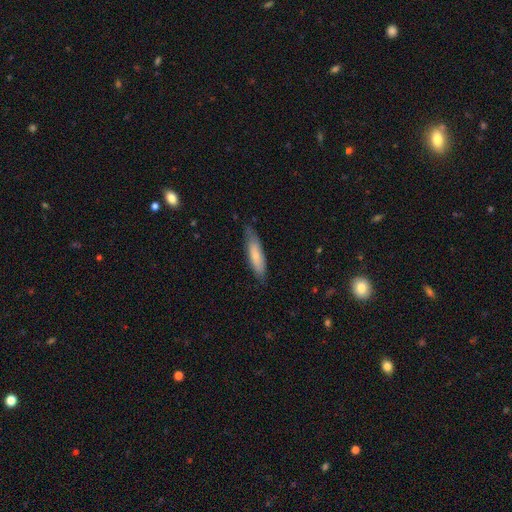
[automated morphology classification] Smooth or featured?
  - smooth: 74% *
  - featured or disk: 20%
  - star or artifact: 6%
How rounded?
  - cigar-shaped: 68% *
  - in between: 30%
  - round: 1%
Merging?
  - none: 73% *
  - minor disturbance: 22%
  - major disturbance: 4%
  - merger: 1%